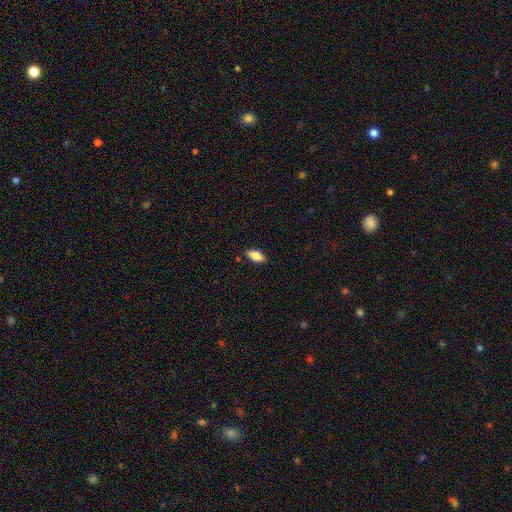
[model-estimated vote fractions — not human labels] smooth_or_featured: smooth (p=0.82) [alt: featured or disk p=0.11]
how_rounded: in between (p=0.88) [alt: cigar-shaped p=0.09]
merging: none (p=0.88) [alt: minor disturbance p=0.09]